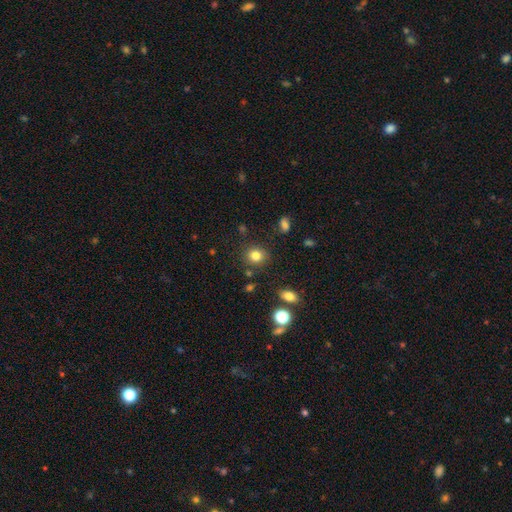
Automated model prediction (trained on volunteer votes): Smooth or featured?
  - smooth: 81% *
  - star or artifact: 12%
  - featured or disk: 7%
How rounded?
  - round: 82% *
  - in between: 17%
  - cigar-shaped: 1%
Merging?
  - none: 85% *
  - minor disturbance: 9%
  - major disturbance: 3%
  - merger: 3%